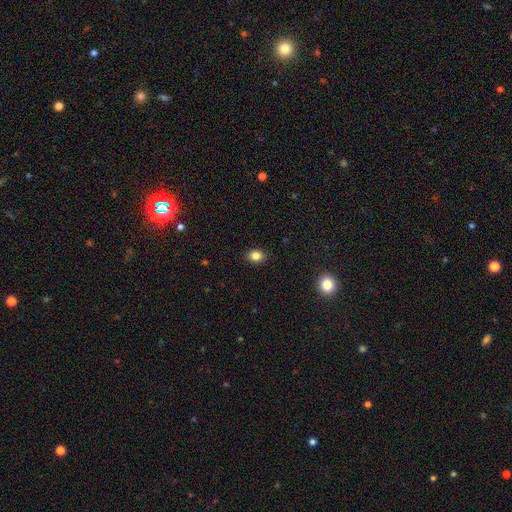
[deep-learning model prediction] The model was most divided on "how rounded": in between: 55%, round: 44%, cigar-shaped: 1%. More confident: merging — none (90%); smooth or featured — smooth (84%).